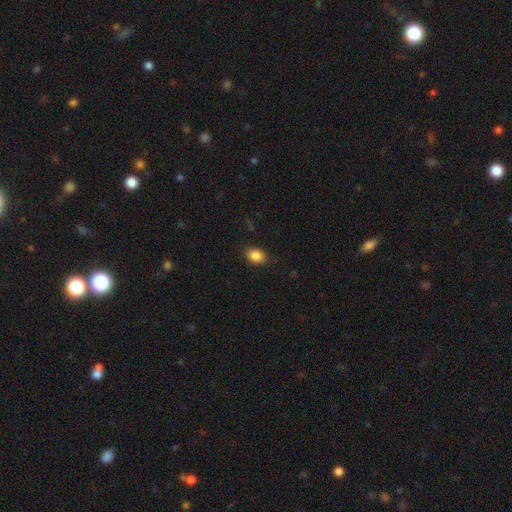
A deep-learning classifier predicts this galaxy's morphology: smooth 87%, star or artifact 9%, featured or disk 4%. Down the decision tree: how rounded — in between (69%); merging — none (87%).